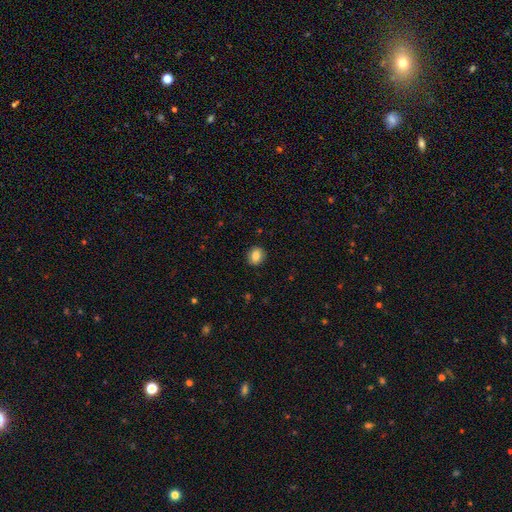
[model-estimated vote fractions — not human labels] Overall: smooth (83%). How rounded: round (61%; in between 38%). Merging: none (89%).